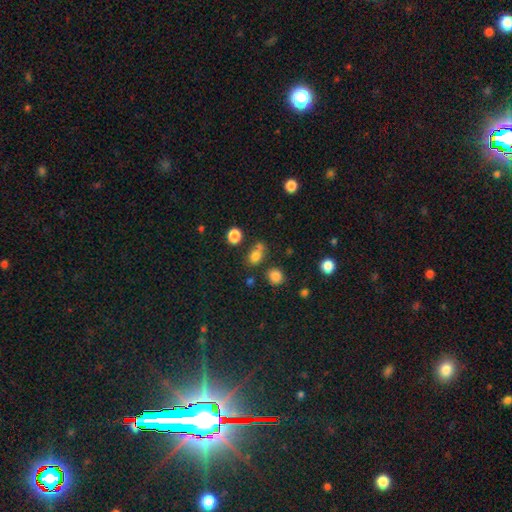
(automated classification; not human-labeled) Smooth or featured?
  - smooth: 76% *
  - star or artifact: 17%
  - featured or disk: 7%
How rounded?
  - round: 54% *
  - in between: 44%
  - cigar-shaped: 2%
Merging?
  - none: 55% *
  - merger: 25%
  - minor disturbance: 13%
  - major disturbance: 6%